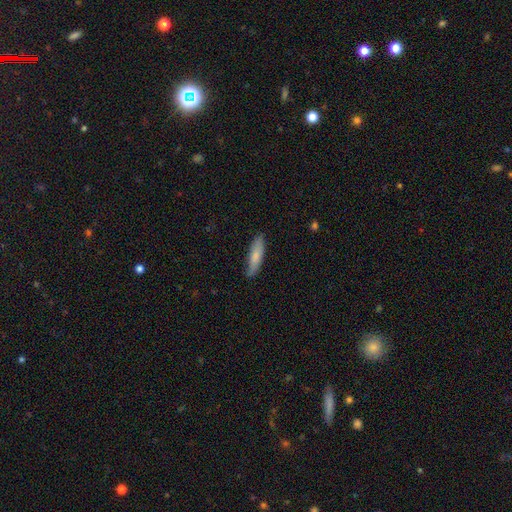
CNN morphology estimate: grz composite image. It shows a smooth galaxy with no disk features (77%) that is cigar-shaped (67%). Merging: none (79%).